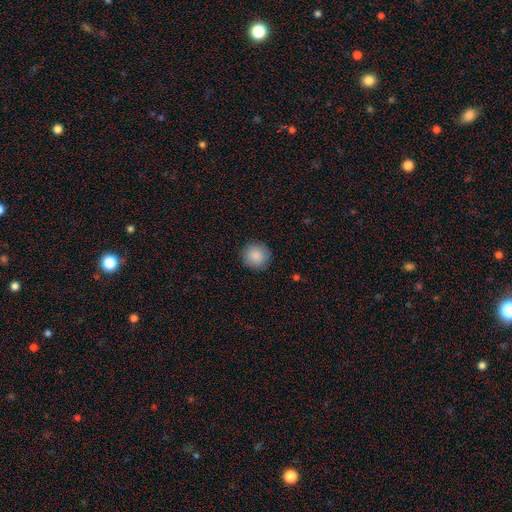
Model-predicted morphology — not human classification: smooth 88%, star or artifact 7%, featured or disk 5%. Down the decision tree: how rounded — round (94%); merging — none (90%).